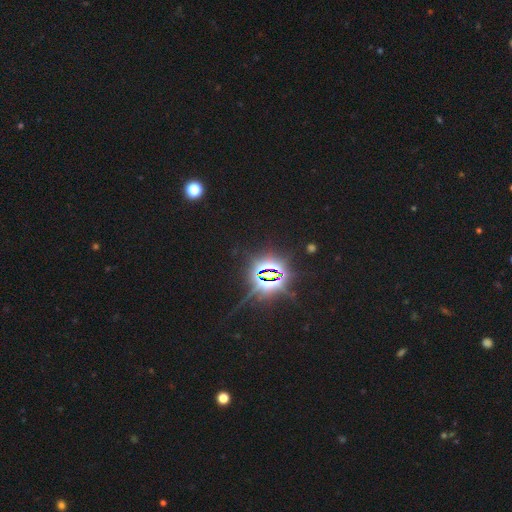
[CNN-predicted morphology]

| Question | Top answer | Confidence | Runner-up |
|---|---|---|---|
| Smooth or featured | star or artifact | 85% | smooth (8%) |